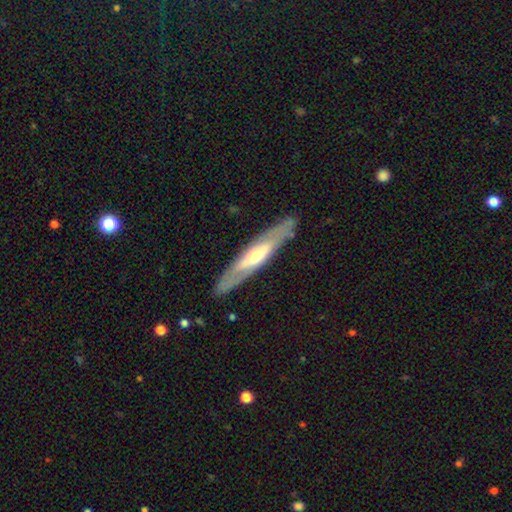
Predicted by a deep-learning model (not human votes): smooth-or-featured: featured or disk: 63% | smooth: 32% | star or artifact: 5%
  disk-edge-on: yes: 65% | no: 35%
  merging: none: 85% | minor disturbance: 11% | major disturbance: 3% | merger: 2%